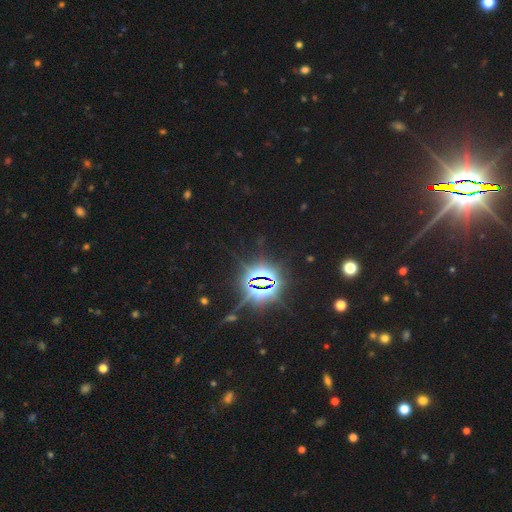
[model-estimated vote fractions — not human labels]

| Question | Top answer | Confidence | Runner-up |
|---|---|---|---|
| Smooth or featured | star or artifact | 84% | smooth (8%) |